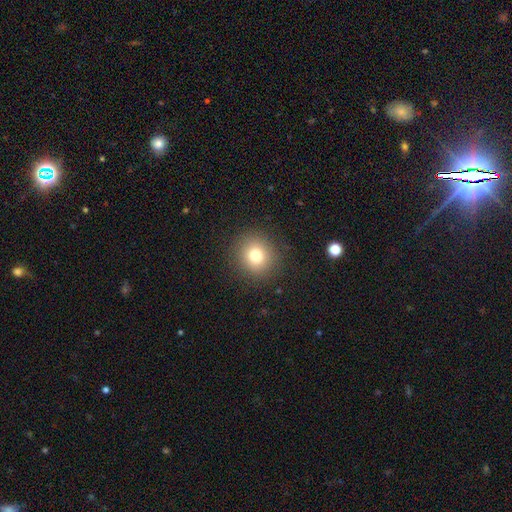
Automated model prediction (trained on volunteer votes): Smooth or featured? Predicted: smooth (p=0.78). How rounded? Predicted: round (p=0.90). Merging? Predicted: none (p=0.89).